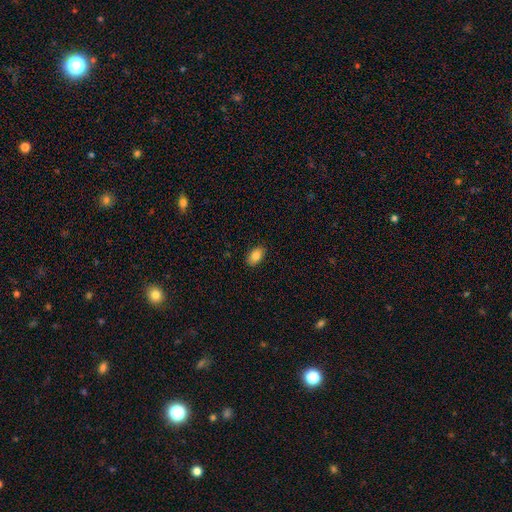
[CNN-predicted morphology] This appears to be a smooth galaxy with no disk features (86%) that is in between round and cigar-shaped (91%). Merging: none (88%).